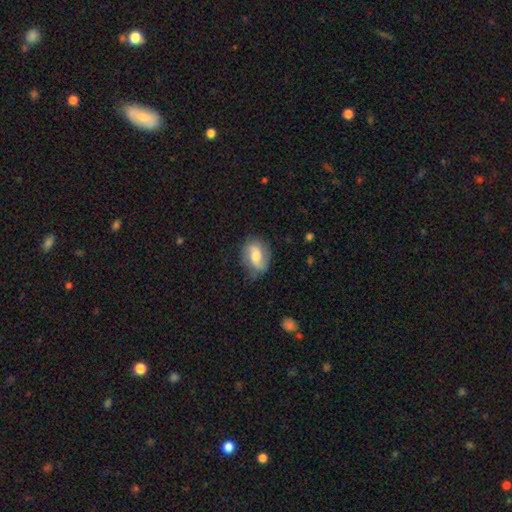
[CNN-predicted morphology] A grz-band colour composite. It shows a featured or disk galaxy (50%). Merging: none (65%).